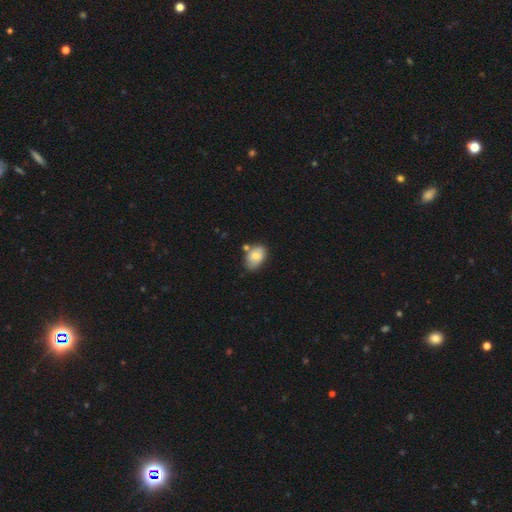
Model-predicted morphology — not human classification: This appears to be a smooth galaxy with no disk features (78%) that is in between round and cigar-shaped (86%). Merging: none (61%).